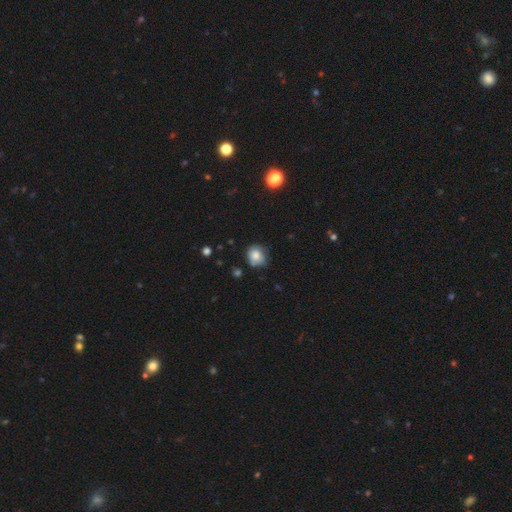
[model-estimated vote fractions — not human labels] Smooth or featured? smooth (77%)
How rounded? round (79%)
Merging? none (63%)